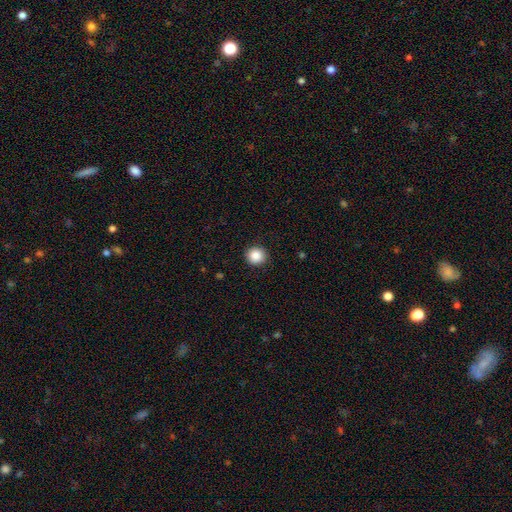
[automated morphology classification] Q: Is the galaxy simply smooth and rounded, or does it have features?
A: smooth — 88%.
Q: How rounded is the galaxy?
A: round — 93%.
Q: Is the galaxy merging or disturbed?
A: none — 91%.